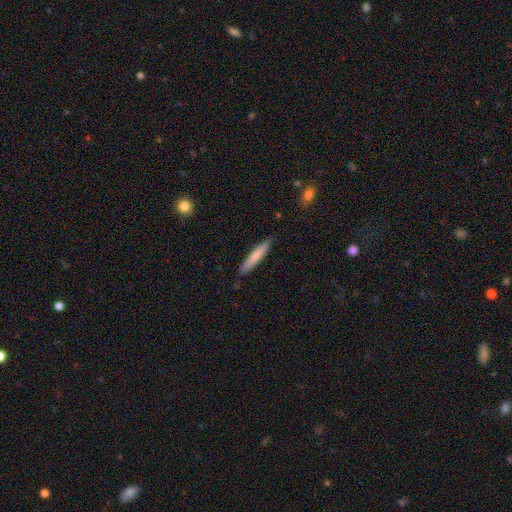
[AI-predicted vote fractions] A smooth galaxy with no disk features (73%) that is cigar-shaped (92%).

Vote fractions:
- Smooth or featured? smooth: 73% / featured or disk: 21% / star or artifact: 5%
- How rounded? cigar-shaped: 92% / in between: 6% / round: 1%
- Merging? none: 88% / minor disturbance: 9% / major disturbance: 2% / merger: 1%